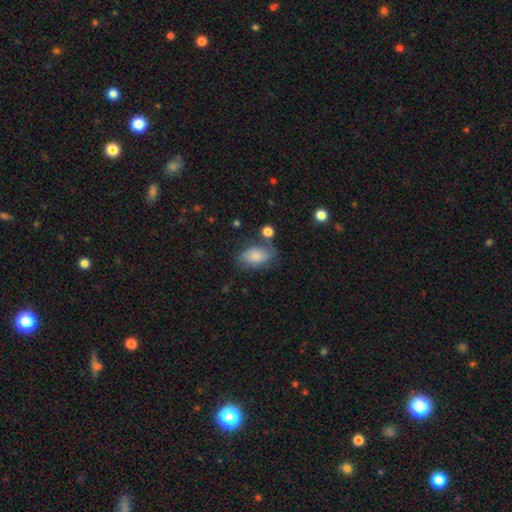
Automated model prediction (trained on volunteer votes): smooth 80%, featured or disk 12%, star or artifact 7%. Down the decision tree: how rounded — in between (91%); merging — none (60%).